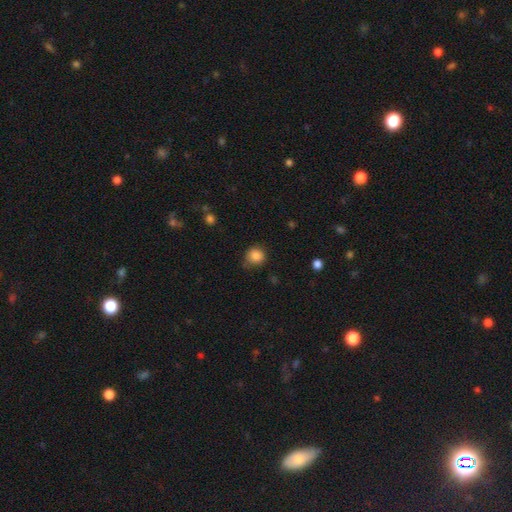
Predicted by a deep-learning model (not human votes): This is clearly a smooth galaxy (85%). How rounded: clearly round (81%). Merging: likely none (66%).